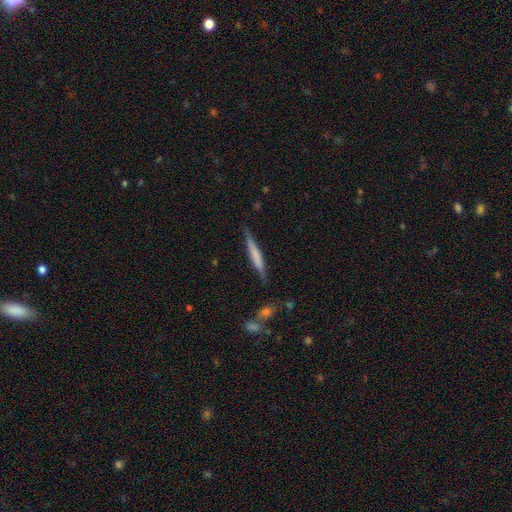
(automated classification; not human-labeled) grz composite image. It shows a smooth galaxy with no disk features (61%) that is cigar-shaped (94%). Merging: none (81%).